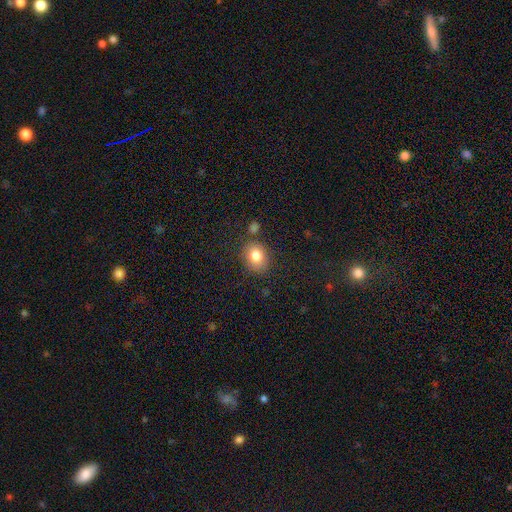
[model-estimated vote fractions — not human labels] Smooth or featured: smooth — 83% (star or artifact — 9%)
How rounded: round — 52% (in between — 47%)
Merging: none — 76% (minor disturbance — 13%)